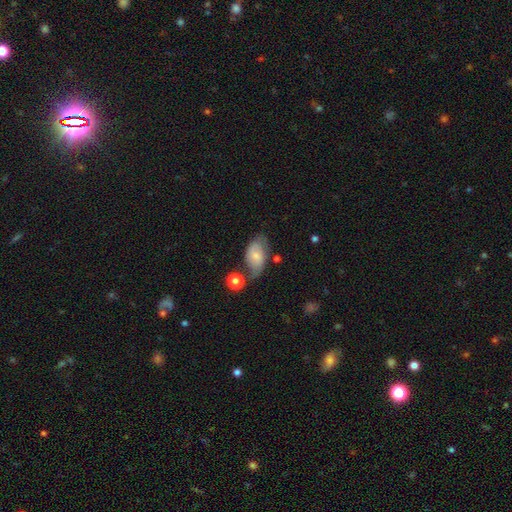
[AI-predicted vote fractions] A smooth galaxy with no disk features (60%) that is in between round and cigar-shaped (91%). Merging: none (51%).